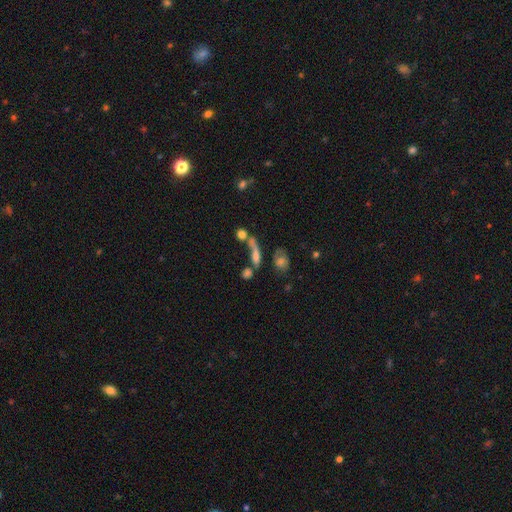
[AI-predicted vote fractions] smooth-or-featured: smooth: 55% | featured or disk: 28% | star or artifact: 17%
  how-rounded: cigar-shaped: 46% | in between: 35% | round: 19%
  merging: merger: 34% | none: 33% | major disturbance: 19% | minor disturbance: 14%